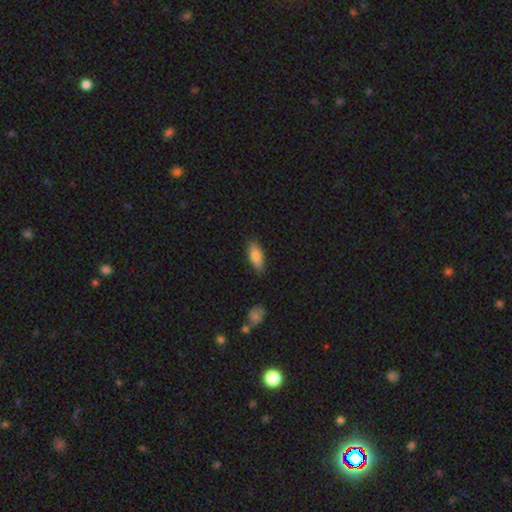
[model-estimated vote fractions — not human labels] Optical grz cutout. It shows a smooth galaxy with no disk features (83%) that is in between round and cigar-shaped (79%). Merging: none (84%).